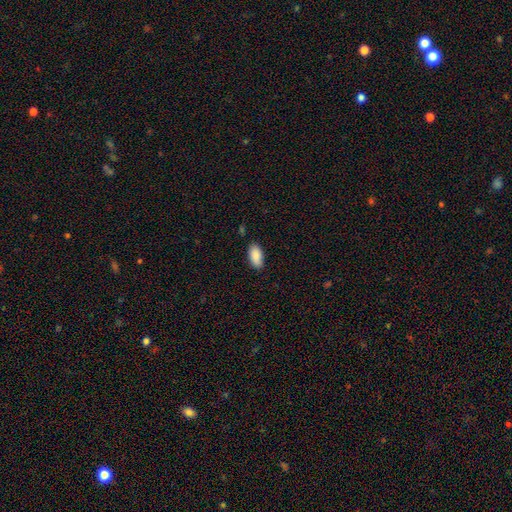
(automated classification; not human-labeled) This is clearly a smooth galaxy (89%). How rounded: clearly in between (94%). Merging: clearly none (84%).